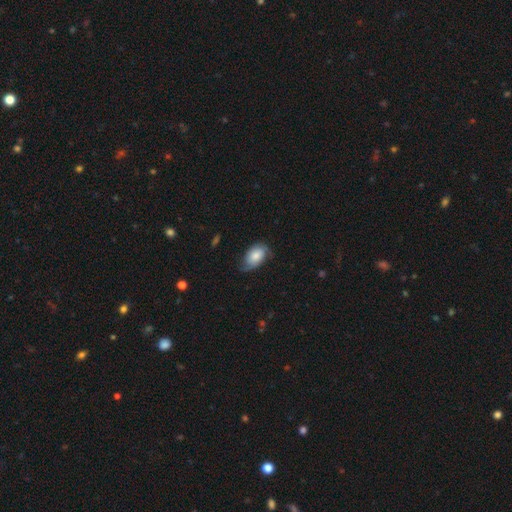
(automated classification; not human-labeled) This is possibly a smooth galaxy (53%). How rounded: clearly in between (90%). Merging: possibly none (57%).